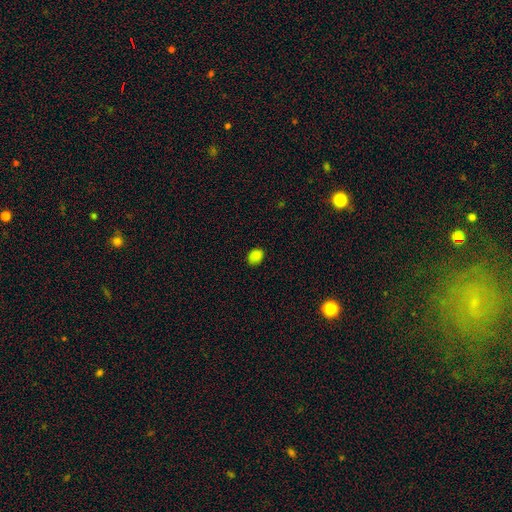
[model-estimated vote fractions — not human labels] smooth-or-featured: smooth: 83% | star or artifact: 14% | featured or disk: 4%
  how-rounded: in between: 57% | round: 42% | cigar-shaped: 1%
  merging: none: 81% | minor disturbance: 15% | major disturbance: 3% | merger: 1%